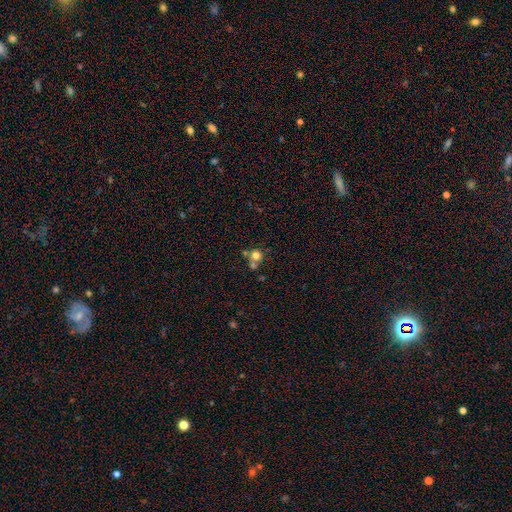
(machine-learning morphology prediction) This is likely a smooth galaxy (73%). How rounded: clearly round (89%). Merging: possibly none (49%).